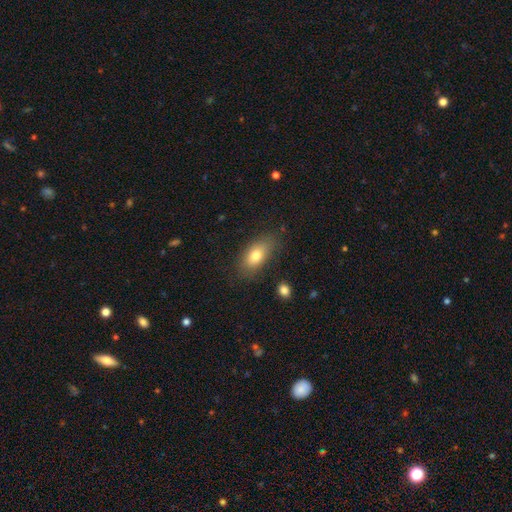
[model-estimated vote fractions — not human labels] A smooth galaxy with no disk features (77%) that is in between round and cigar-shaped (87%). Merging: none (77%).